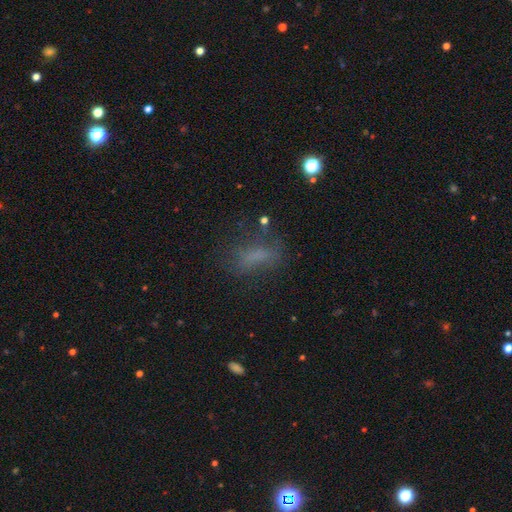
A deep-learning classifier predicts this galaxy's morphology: Overall: smooth (60%). How rounded: in between (64%; cigar-shaped 28%). Merging: none (58%; minor disturbance 20%).